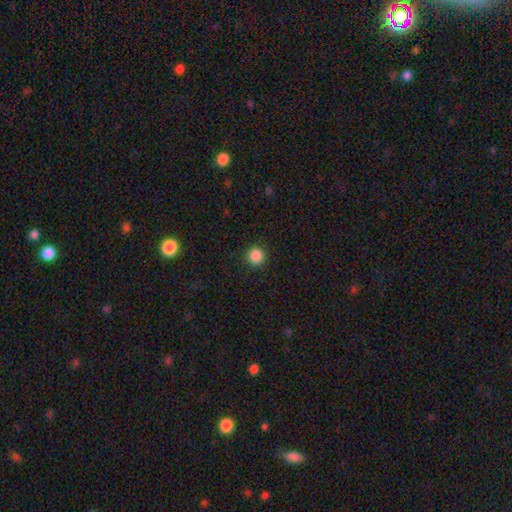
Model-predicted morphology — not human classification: smooth-or-featured: smooth: 87% | star or artifact: 10% | featured or disk: 3%
  how-rounded: round: 94% | in between: 5% | cigar-shaped: 1%
  merging: none: 92% | minor disturbance: 5% | major disturbance: 2% | merger: 1%